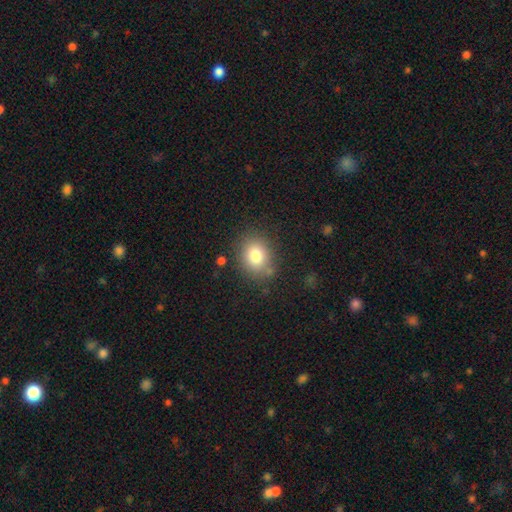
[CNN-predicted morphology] Smooth or featured: smooth — 79% (star or artifact — 11%)
How rounded: round — 66% (in between — 33%)
Merging: none — 80% (minor disturbance — 12%)